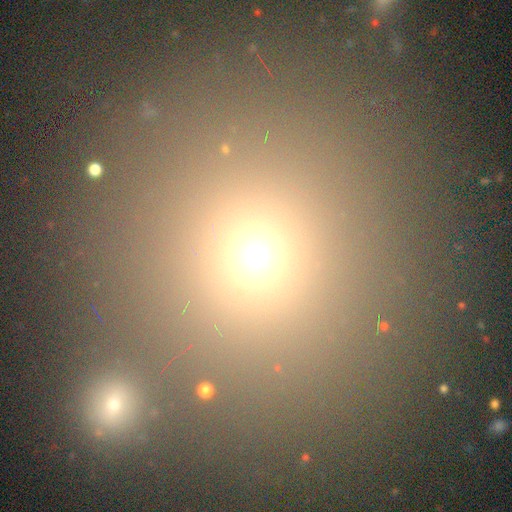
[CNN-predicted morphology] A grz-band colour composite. It shows a smooth galaxy with no disk features (68%) that is round (83%). Merging: none (67%).